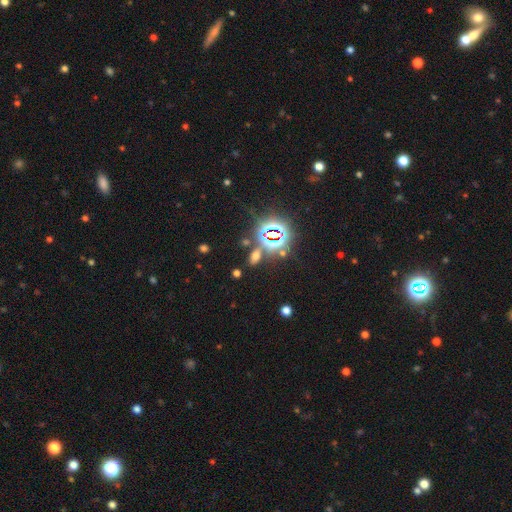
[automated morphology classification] Smooth or featured? Predicted: star or artifact (p=0.47).